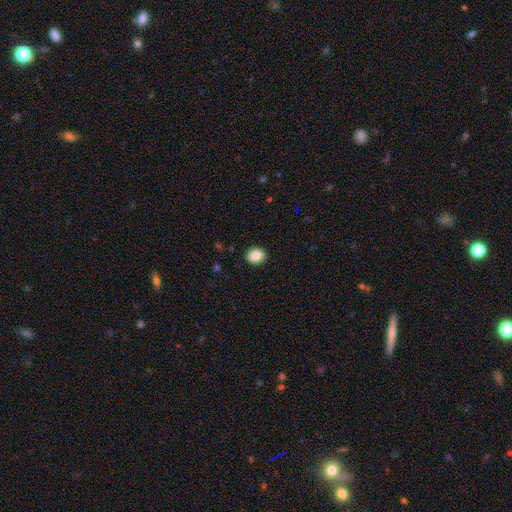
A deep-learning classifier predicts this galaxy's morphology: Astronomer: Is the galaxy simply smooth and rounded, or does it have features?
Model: smooth — 86%.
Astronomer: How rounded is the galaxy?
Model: round — 66%.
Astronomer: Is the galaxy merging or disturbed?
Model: none — 90%.